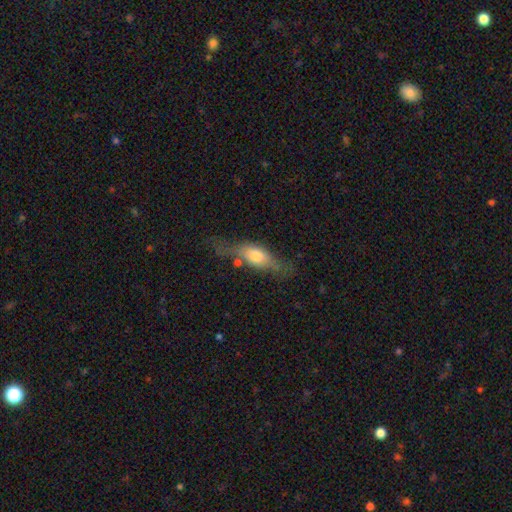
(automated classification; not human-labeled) smooth-or-featured: smooth: 52% | featured or disk: 41% | star or artifact: 7%
  how-rounded: in between: 59% | cigar-shaped: 36% | round: 5%
  merging: none: 49% | minor disturbance: 27% | major disturbance: 18% | merger: 5%